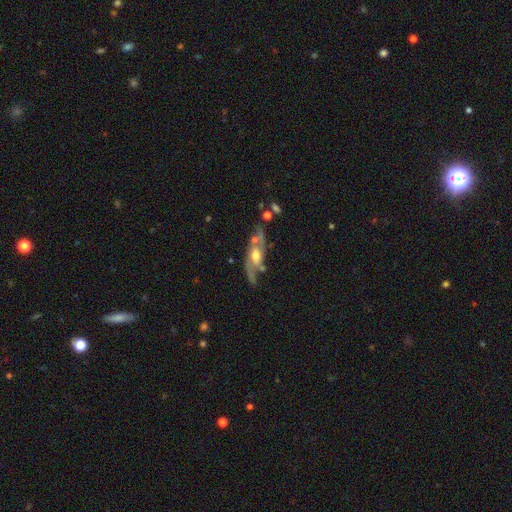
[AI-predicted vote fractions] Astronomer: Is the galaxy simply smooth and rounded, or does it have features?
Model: featured or disk — 81%.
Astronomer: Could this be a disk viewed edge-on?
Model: no — 82%.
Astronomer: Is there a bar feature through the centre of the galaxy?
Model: no — 53% (runner-up: weak, 35%).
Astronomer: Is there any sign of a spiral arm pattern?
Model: yes — 88%.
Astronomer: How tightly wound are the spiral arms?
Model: medium — 44% (runner-up: loose, 37%).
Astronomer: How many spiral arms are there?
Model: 2 — 80%.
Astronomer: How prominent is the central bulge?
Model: moderate — 68%.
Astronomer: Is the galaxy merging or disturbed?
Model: none — 59%.